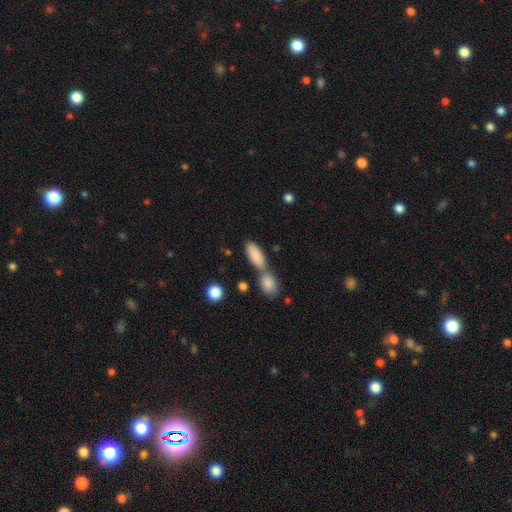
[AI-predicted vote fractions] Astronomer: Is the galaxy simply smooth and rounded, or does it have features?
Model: smooth — 86%.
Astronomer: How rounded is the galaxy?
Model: in between — 77%.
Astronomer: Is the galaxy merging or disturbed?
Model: merger — 44% (runner-up: none, 42%).